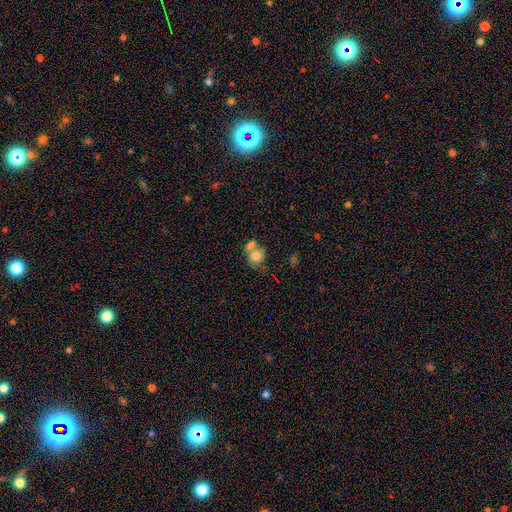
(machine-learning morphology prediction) Smooth or featured?
  - smooth: 76% *
  - featured or disk: 15%
  - star or artifact: 9%
How rounded?
  - round: 71% *
  - in between: 28%
  - cigar-shaped: 1%
Merging?
  - merger: 52% *
  - none: 31%
  - minor disturbance: 11%
  - major disturbance: 6%